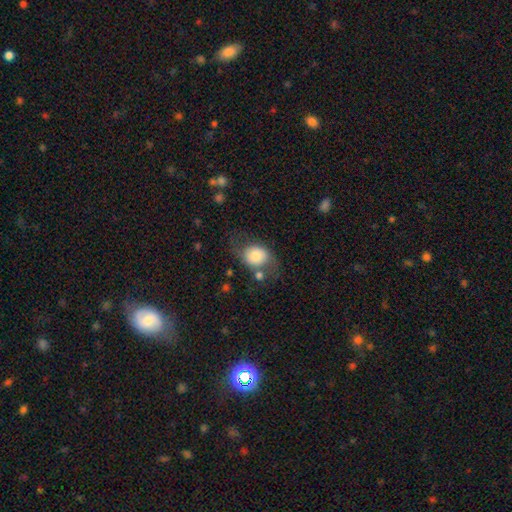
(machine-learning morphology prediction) Smooth or featured? smooth (68%)
How rounded? round (54%)
Merging? none (51%)